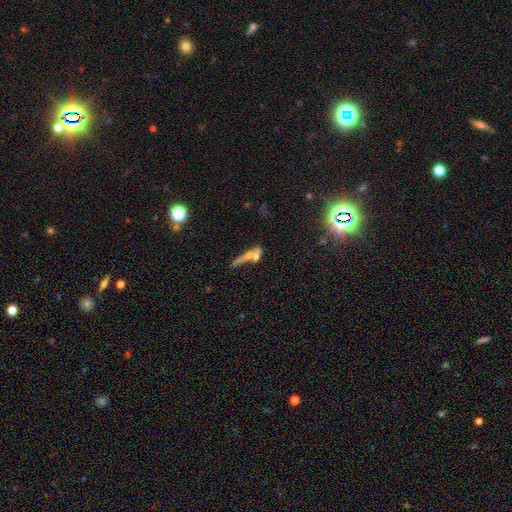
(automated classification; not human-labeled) This is possibly a smooth galaxy (47%). Merging: marginally merger (41%).